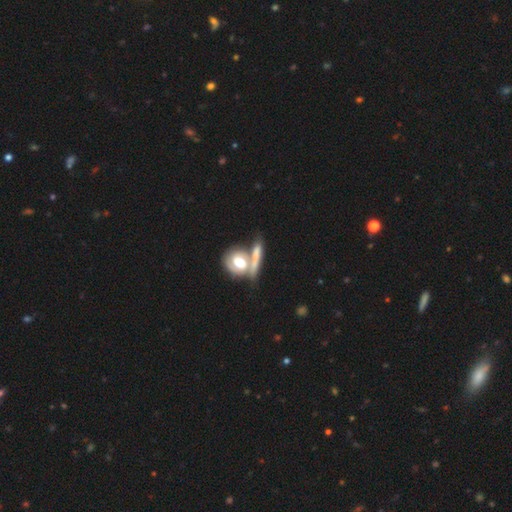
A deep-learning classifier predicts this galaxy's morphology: Smooth or featured?
  - smooth: 47% *
  - featured or disk: 45%
  - star or artifact: 8%
Merging?
  - merger: 48% *
  - none: 35%
  - minor disturbance: 11%
  - major disturbance: 7%